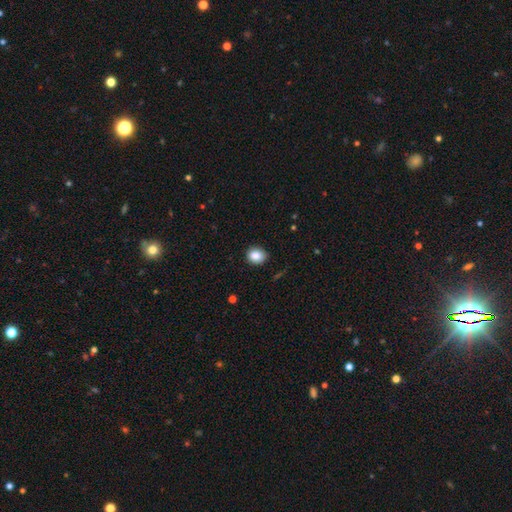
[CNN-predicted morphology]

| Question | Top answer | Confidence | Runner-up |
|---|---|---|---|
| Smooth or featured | smooth | 87% | star or artifact (9%) |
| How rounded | round | 66% | in between (33%) |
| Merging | none | 87% | minor disturbance (9%) |